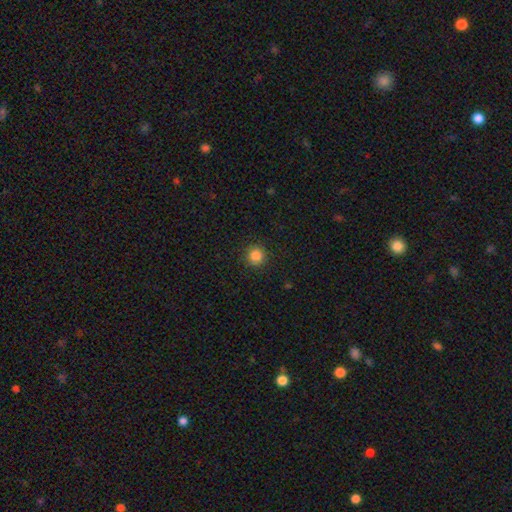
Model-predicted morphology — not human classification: The model was most divided on "smooth or featured": smooth: 85%, star or artifact: 11%, featured or disk: 4%. More confident: how rounded — round (94%); merging — none (91%).